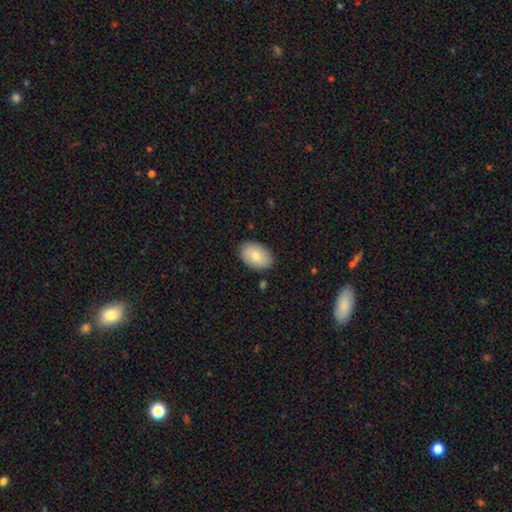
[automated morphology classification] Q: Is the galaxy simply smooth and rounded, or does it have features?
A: smooth — 80%.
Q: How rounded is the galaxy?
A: in between — 87%.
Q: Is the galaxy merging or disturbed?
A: none — 87%.